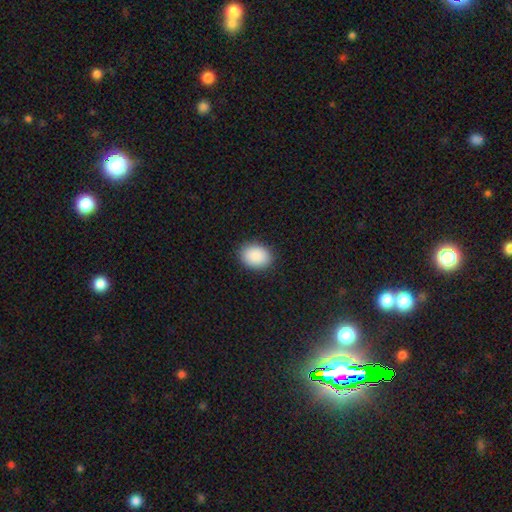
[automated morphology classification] Overall: smooth (91%). How rounded: in between (69%; round 30%). Merging: none (89%).